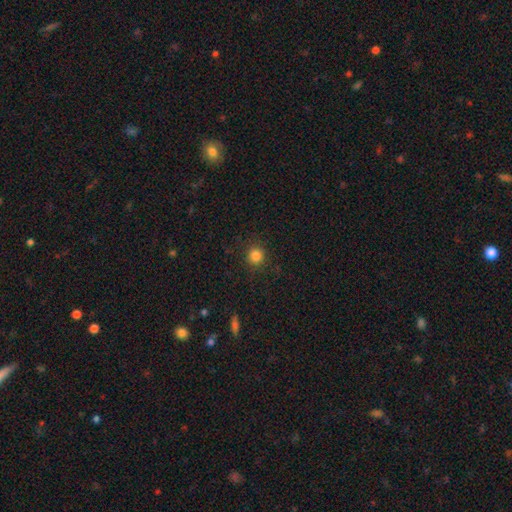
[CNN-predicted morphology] Overall: smooth (83%). How rounded: round (93%). Merging: none (90%).